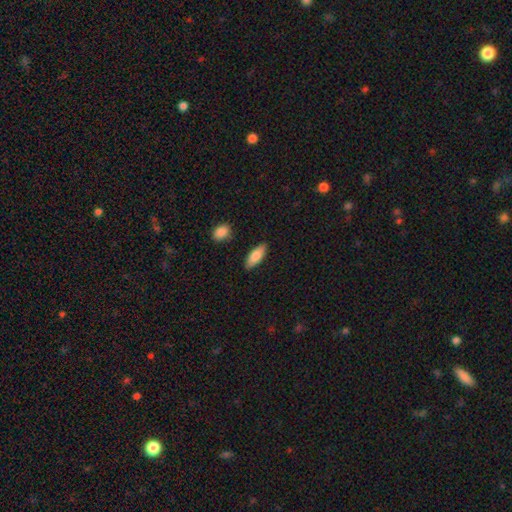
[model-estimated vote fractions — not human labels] smooth_or_featured: smooth (p=0.81) [alt: featured or disk p=0.13]
how_rounded: in between (p=0.72) [alt: cigar-shaped p=0.26]
merging: none (p=0.87) [alt: minor disturbance p=0.09]